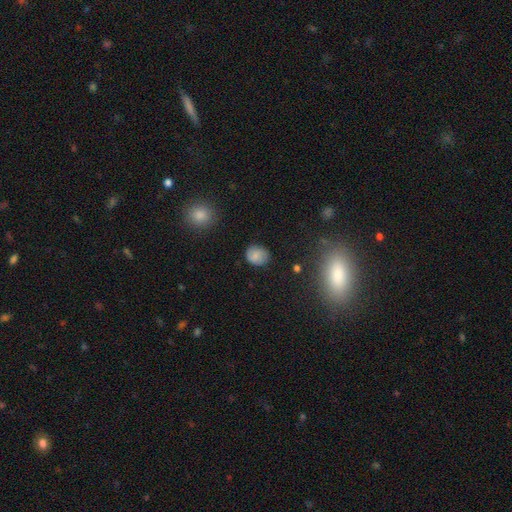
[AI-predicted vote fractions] This appears to be a smooth galaxy with no disk features (78%) that is round (65%). Merging: none (80%).